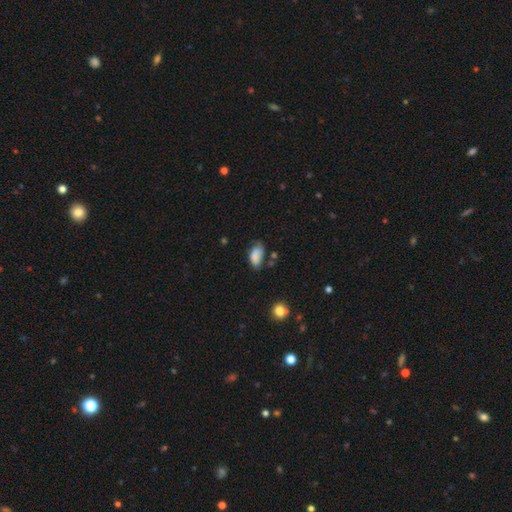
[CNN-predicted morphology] A smooth galaxy with no disk features (81%) that is in between round and cigar-shaped (92%). Merging: none (49%).